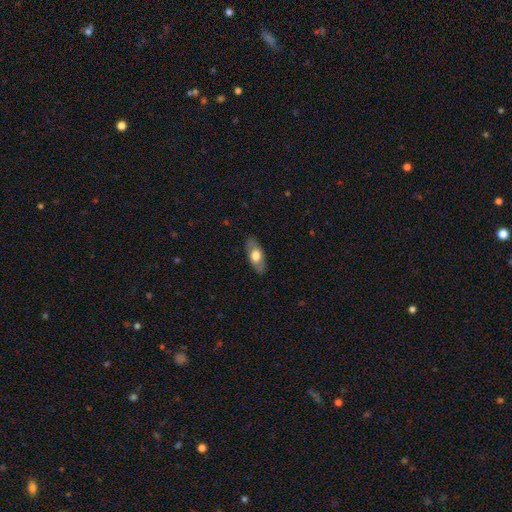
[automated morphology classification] Smooth or featured?
  - smooth: 59% *
  - featured or disk: 35%
  - star or artifact: 6%
How rounded?
  - in between: 79% *
  - cigar-shaped: 16%
  - round: 5%
Merging?
  - none: 84% *
  - minor disturbance: 12%
  - major disturbance: 3%
  - merger: 1%